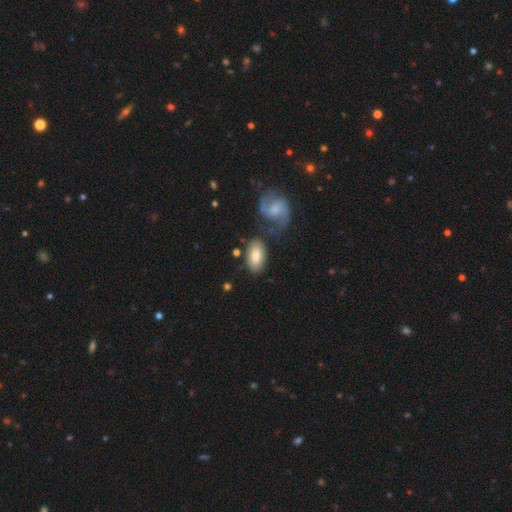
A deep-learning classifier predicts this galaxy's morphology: Smooth or featured? Predicted: smooth (p=0.73). How rounded? Predicted: in between (p=0.92). Merging? Predicted: none (p=0.69).